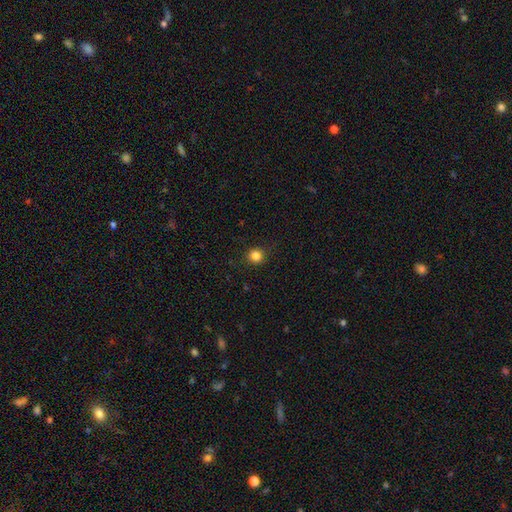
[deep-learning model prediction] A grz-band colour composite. It shows a smooth galaxy with no disk features (83%) that is round (90%). Merging: none (89%).